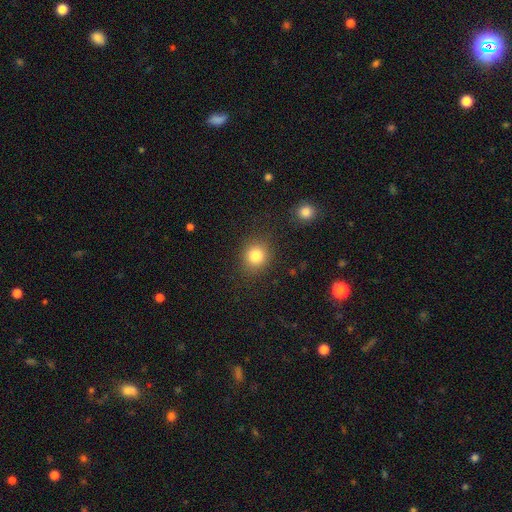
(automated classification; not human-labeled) smooth_or_featured: smooth (p=0.82) [alt: star or artifact p=0.11]
how_rounded: round (p=0.83) [alt: in between p=0.16]
merging: none (p=0.86) [alt: minor disturbance p=0.08]